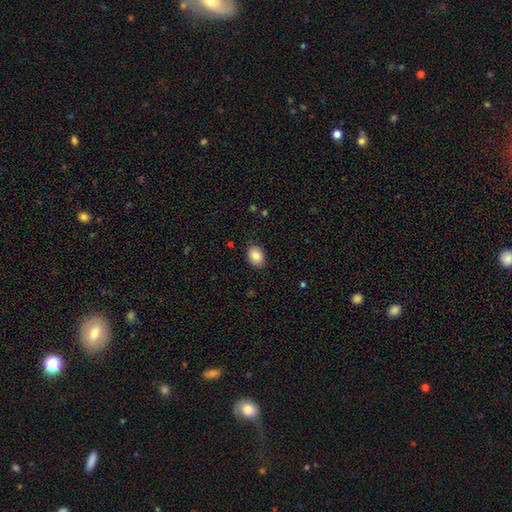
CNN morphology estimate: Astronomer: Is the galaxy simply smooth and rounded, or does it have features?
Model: smooth — 85%.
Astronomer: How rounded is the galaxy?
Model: in between — 64%.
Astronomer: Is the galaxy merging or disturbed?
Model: none — 86%.